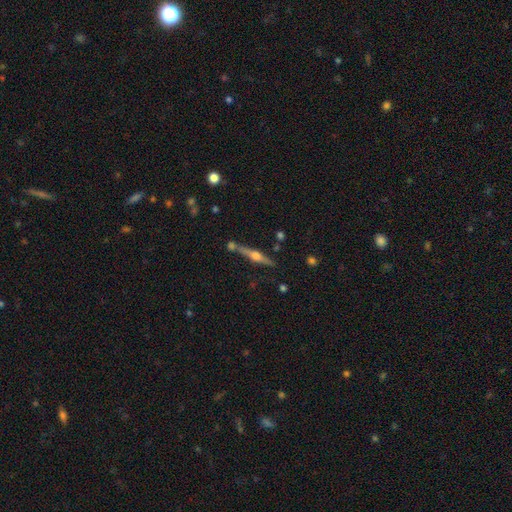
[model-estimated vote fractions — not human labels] This appears to be a featured or disk galaxy (73%) viewed edge-on (97%) with a rounded central bulge (94%). Merging: none (74%).